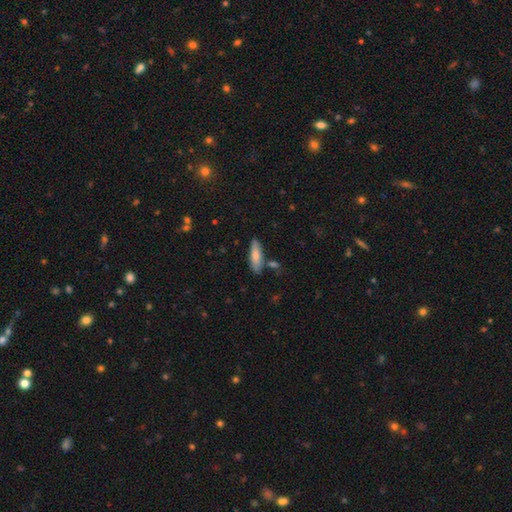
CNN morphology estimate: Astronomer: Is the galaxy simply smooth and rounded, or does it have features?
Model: smooth — 75%.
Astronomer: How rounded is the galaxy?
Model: cigar-shaped — 51% (runner-up: in between, 47%).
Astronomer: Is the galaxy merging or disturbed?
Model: none — 78%.